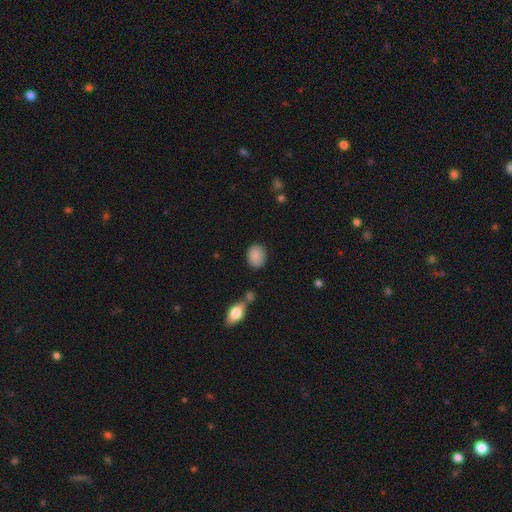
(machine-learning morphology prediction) The model was most divided on "how rounded": in between: 58%, round: 40%, cigar-shaped: 1%. More confident: smooth or featured — smooth (88%); merging — none (83%).